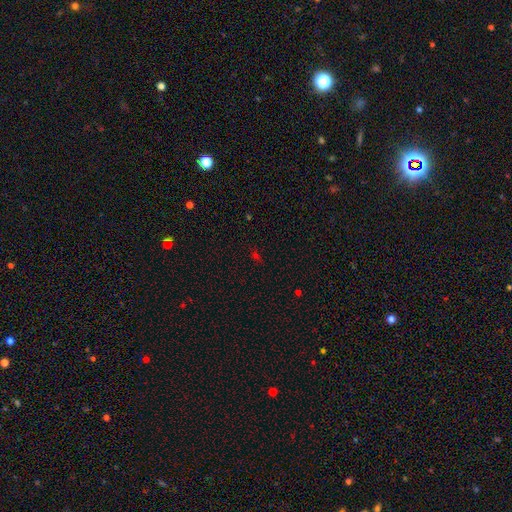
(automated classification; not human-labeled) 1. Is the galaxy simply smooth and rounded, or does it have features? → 56% star or artifact, 34% smooth, 10% featured or disk.